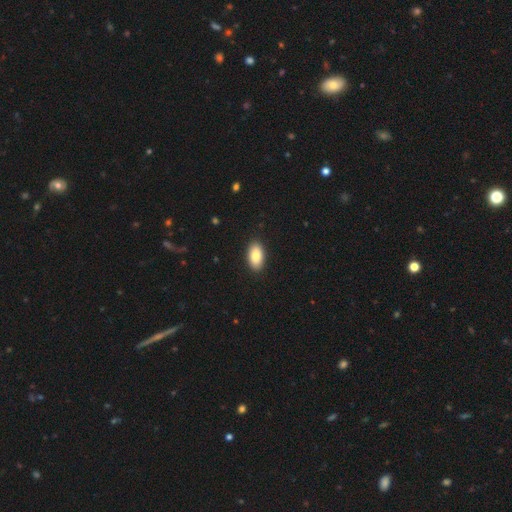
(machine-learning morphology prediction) Smooth or featured? Predicted: smooth (p=0.86). How rounded? Predicted: in between (p=0.94). Merging? Predicted: none (p=0.90).